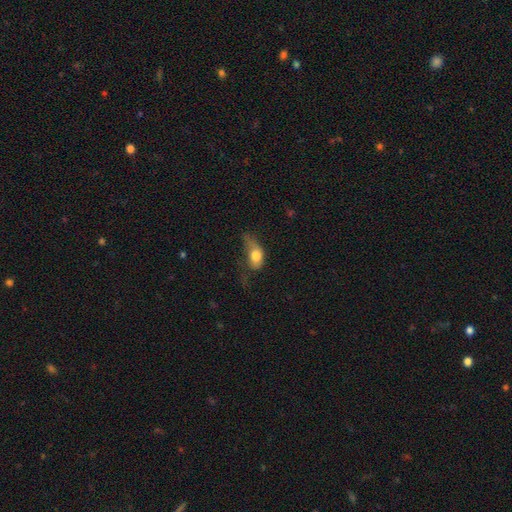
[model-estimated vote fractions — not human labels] A smooth galaxy with no disk features (74%) that is in between round and cigar-shaped (82%).

Vote fractions:
- Smooth or featured? smooth: 74% / featured or disk: 19% / star or artifact: 8%
- How rounded? in between: 82% / round: 12% / cigar-shaped: 6%
- Merging? major disturbance: 45% / minor disturbance: 31% / none: 20% / merger: 3%